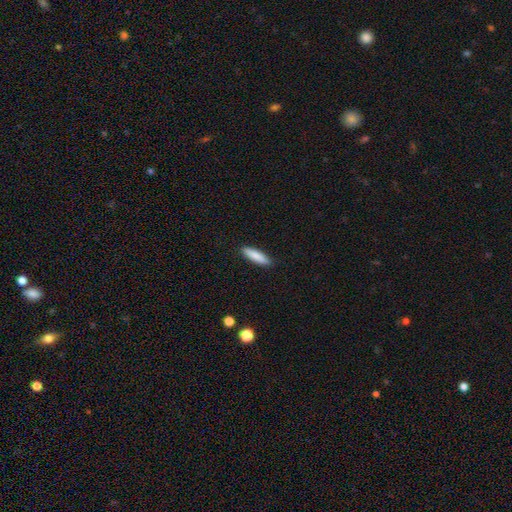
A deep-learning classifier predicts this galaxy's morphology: type=smooth (84%); roundness=cigar-shaped (68%); merging=none (89%).